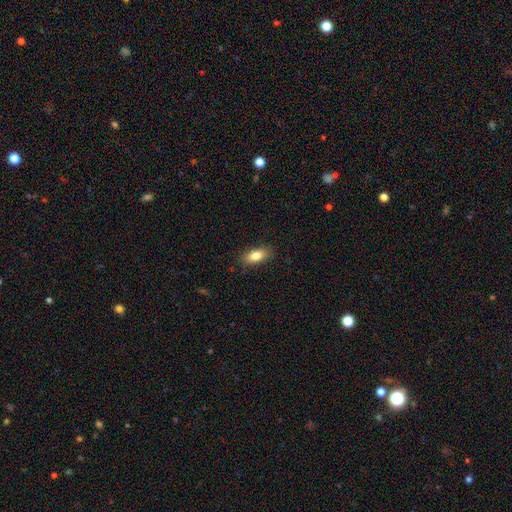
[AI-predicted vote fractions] Q: Smooth or featured?
A: smooth (83%); runner-up: featured or disk (10%)
Q: How rounded?
A: in between (83%); runner-up: cigar-shaped (14%)
Q: Merging?
A: none (86%); runner-up: minor disturbance (11%)